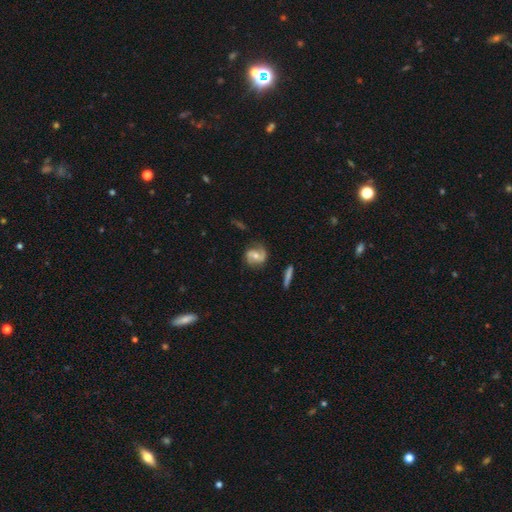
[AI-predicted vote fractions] Smooth or featured?
  - featured or disk: 74% *
  - smooth: 20%
  - star or artifact: 6%
Edge-on disk?
  - no: 96% *
  - yes: 4%
Bar?
  - no: 45% *
  - weak: 38%
  - strong: 17%
Spiral arms?
  - yes: 91% *
  - no: 9%
Spiral winding?
  - medium: 44% *
  - loose: 30%
  - tight: 26%
Spiral arm count?
  - 2: 87% *
  - can't tell: 6%
  - 1: 3%
  - 3: 1%
  - 4: 1%
  - more than 4: 1%
Bulge size?
  - moderate: 64% *
  - small: 30%
  - large: 3%
  - none: 2%
  - dominant: 1%
Merging?
  - none: 76% *
  - minor disturbance: 16%
  - major disturbance: 6%
  - merger: 2%